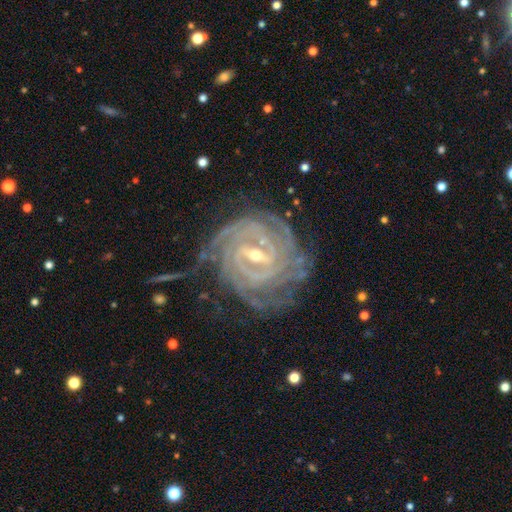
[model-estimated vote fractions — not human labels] Smooth or featured? Predicted: featured or disk (p=0.92). Edge-on disk? Predicted: no (p=0.97). Bar? Predicted: strong (p=0.51). Spiral arms? Predicted: yes (p=0.98). Spiral winding? Predicted: tight (p=0.82). Spiral arm count? Predicted: 4 (p=0.29). Bulge size? Predicted: small (p=0.54). Merging? Predicted: none (p=0.68).